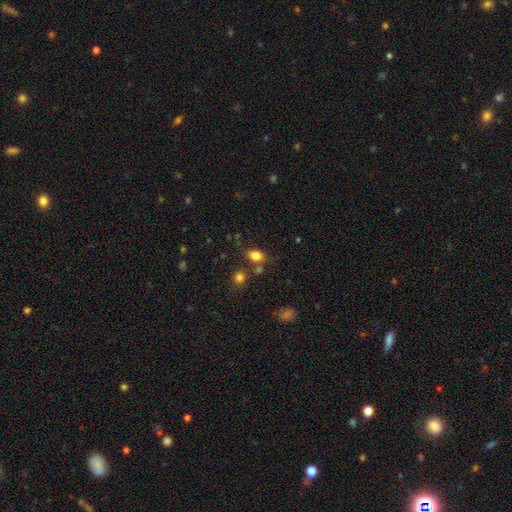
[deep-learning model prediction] This is clearly a smooth galaxy (81%). How rounded: likely in between (73%). Merging: likely none (70%).